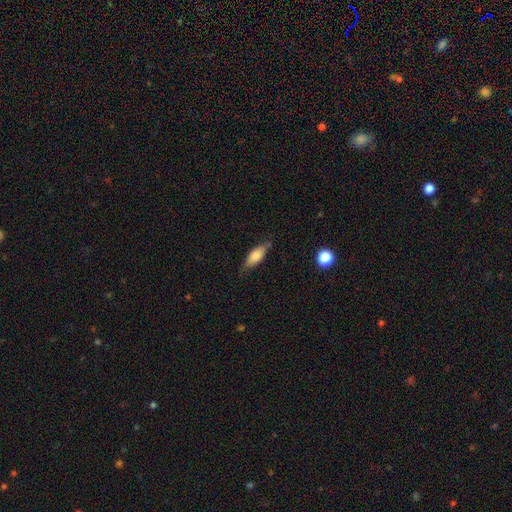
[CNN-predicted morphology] The model was most divided on "merging": none: 69%, minor disturbance: 23%, major disturbance: 5%, merger: 2%. More confident: how rounded — in between (73%); smooth or featured — smooth (70%).